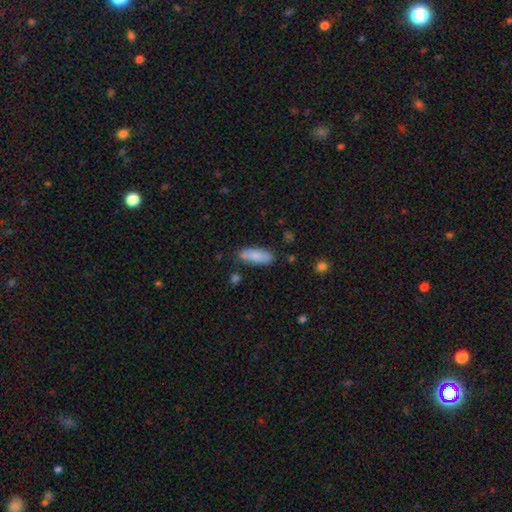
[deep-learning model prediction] This is clearly a smooth galaxy (83%). How rounded: likely in between (68%). Merging: likely none (79%).